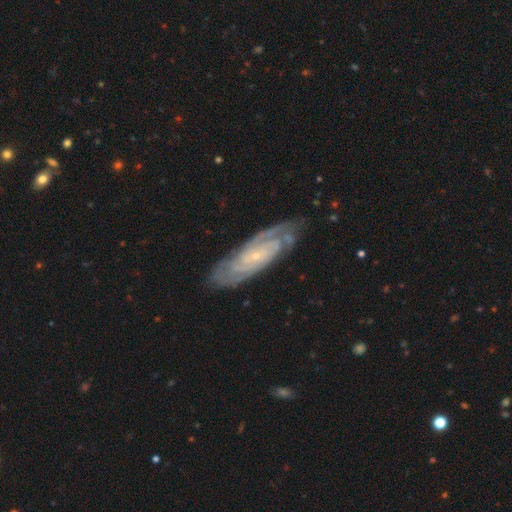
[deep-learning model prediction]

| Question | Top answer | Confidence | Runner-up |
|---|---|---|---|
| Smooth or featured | featured or disk | 86% | smooth (8%) |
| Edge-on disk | no | 89% | yes (11%) |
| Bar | no | 61% | weak (29%) |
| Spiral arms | yes | 97% | no (3%) |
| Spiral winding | tight | 70% | medium (25%) |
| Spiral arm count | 2 | 35% | can't tell (31%) |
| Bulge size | small | 83% | moderate (11%) |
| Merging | none | 77% | minor disturbance (17%) |